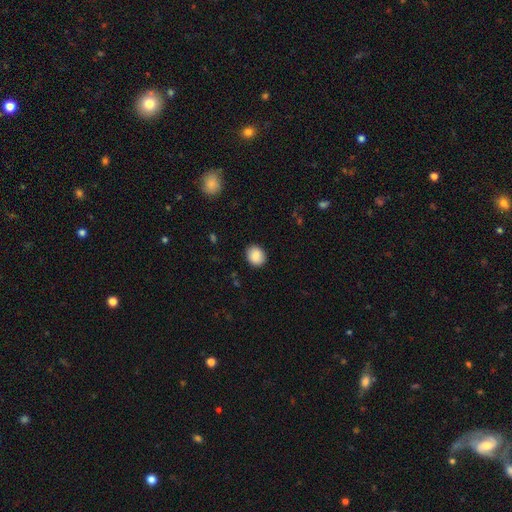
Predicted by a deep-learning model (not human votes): Smooth or featured?
  - smooth: 88% *
  - star or artifact: 8%
  - featured or disk: 4%
How rounded?
  - round: 66% *
  - in between: 33%
  - cigar-shaped: 1%
Merging?
  - none: 89% *
  - minor disturbance: 8%
  - major disturbance: 2%
  - merger: 1%